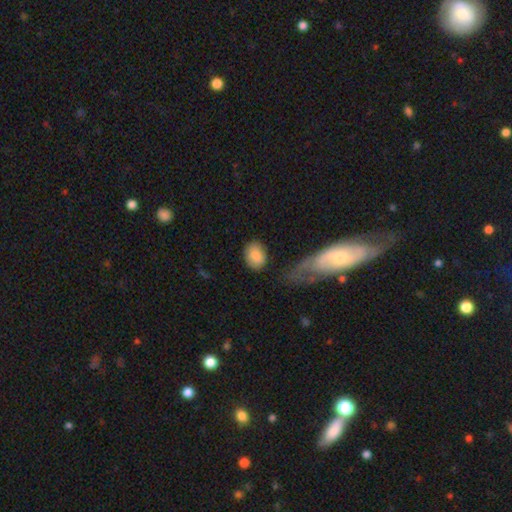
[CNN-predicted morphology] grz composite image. It shows a smooth galaxy with no disk features (85%) that is in between round and cigar-shaped (66%). Merging: none (77%).